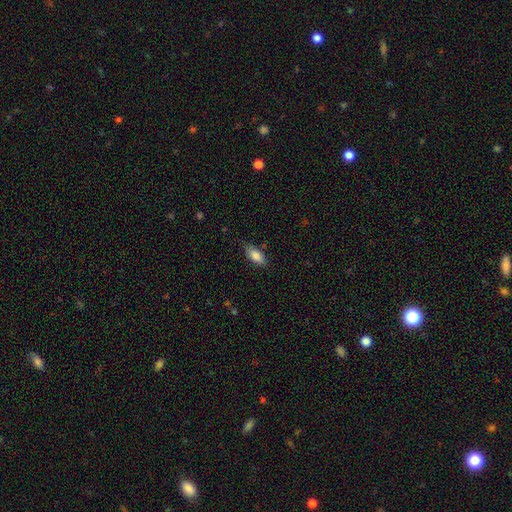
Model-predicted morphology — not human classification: Q: Smooth or featured?
A: smooth (84%); runner-up: featured or disk (9%)
Q: How rounded?
A: in between (84%); runner-up: cigar-shaped (14%)
Q: Merging?
A: none (77%); runner-up: minor disturbance (18%)